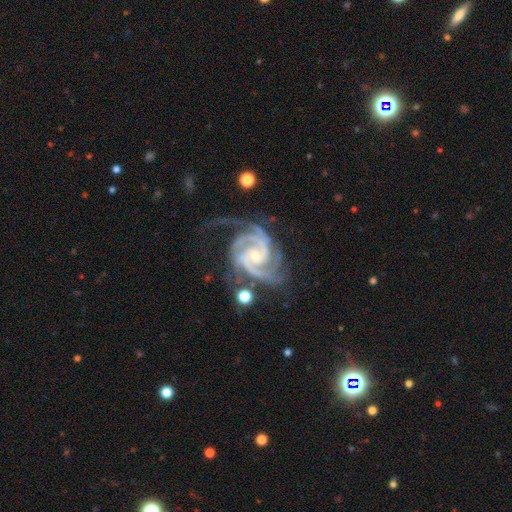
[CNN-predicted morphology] Smooth or featured? Predicted: featured or disk (p=0.94). Edge-on disk? Predicted: no (p=0.98). Bar? Predicted: no (p=0.47). Spiral arms? Predicted: yes (p=0.99). Spiral winding? Predicted: tight (p=0.56). Spiral arm count? Predicted: 2 (p=0.39). Bulge size? Predicted: small (p=0.70). Merging? Predicted: none (p=0.57).